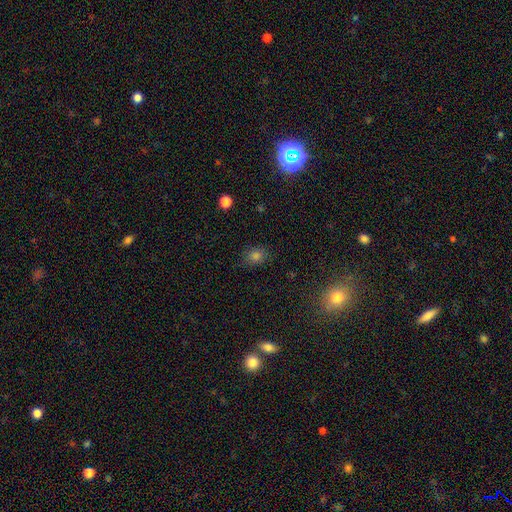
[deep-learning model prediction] The model was most divided on "how rounded": round: 59%, in between: 40%, cigar-shaped: 1%. More confident: merging — none (82%); smooth or featured — smooth (72%).